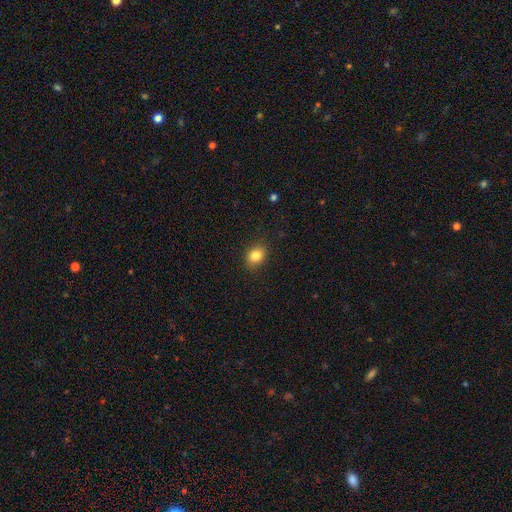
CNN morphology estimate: Overall: smooth (84%). How rounded: in between (52%; round 47%). Merging: none (86%).